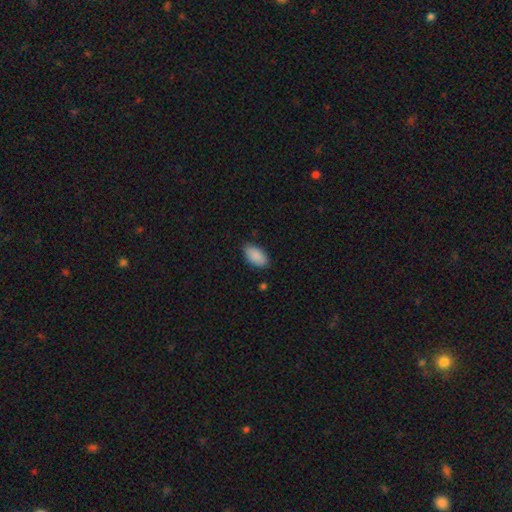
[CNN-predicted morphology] Smooth or featured? Predicted: smooth (p=0.90). How rounded? Predicted: in between (p=0.94). Merging? Predicted: none (p=0.83).